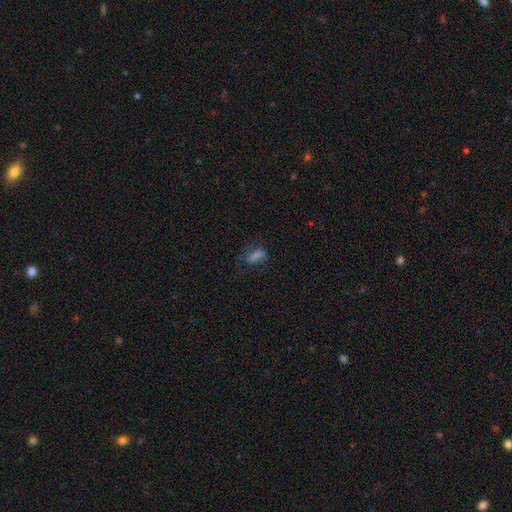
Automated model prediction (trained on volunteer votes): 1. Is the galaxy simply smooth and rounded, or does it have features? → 63% smooth, 19% star or artifact, 18% featured or disk.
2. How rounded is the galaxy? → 71% in between, 21% cigar-shaped, 8% round.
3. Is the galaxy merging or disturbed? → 53% none, 24% minor disturbance, 21% major disturbance, 2% merger.